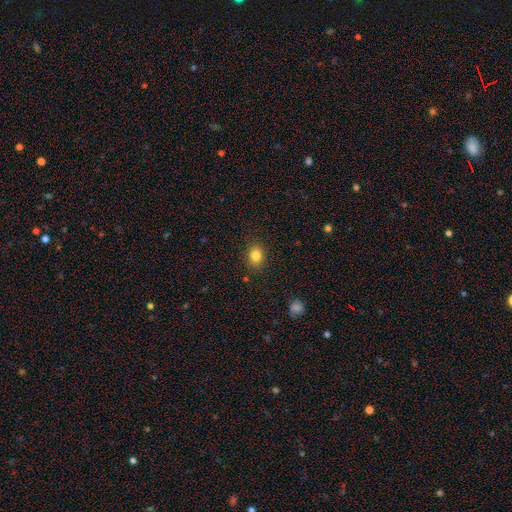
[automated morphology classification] Q: Smooth or featured?
A: smooth (83%); runner-up: star or artifact (11%)
Q: How rounded?
A: round (53%); runner-up: in between (46%)
Q: Merging?
A: none (87%); runner-up: minor disturbance (10%)